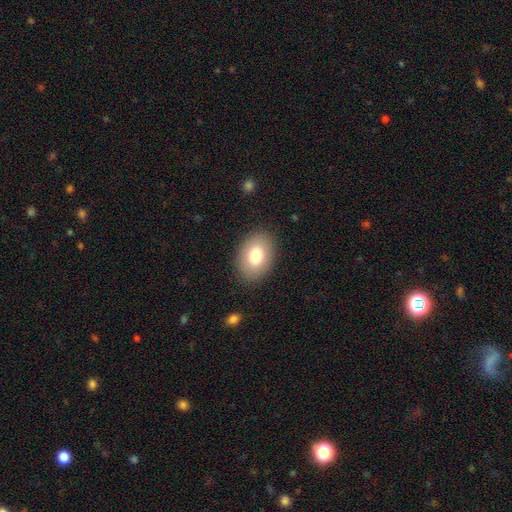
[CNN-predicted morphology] Smooth or featured? smooth (79%)
How rounded? in between (84%)
Merging? none (87%)